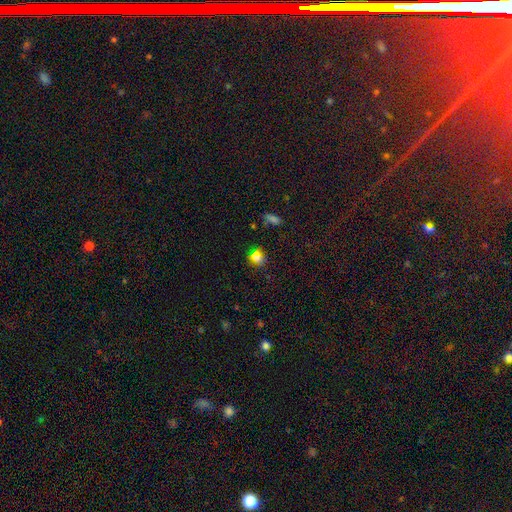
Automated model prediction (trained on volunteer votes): This appears to be a smooth galaxy with no disk features (63%) that is round (78%). Merging: none (81%).